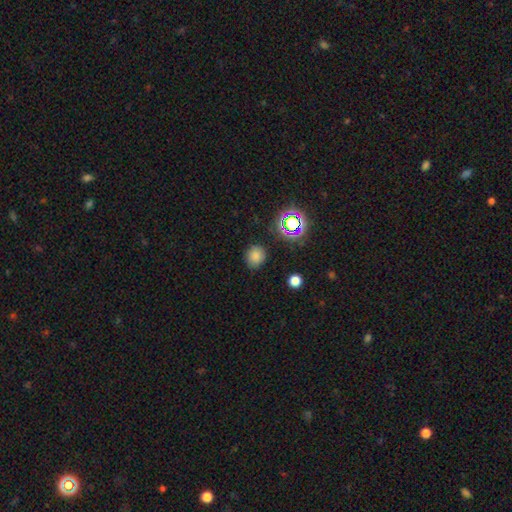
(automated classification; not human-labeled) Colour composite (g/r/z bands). It shows a smooth galaxy with no disk features (75%) that is round (74%). Merging: none (84%).